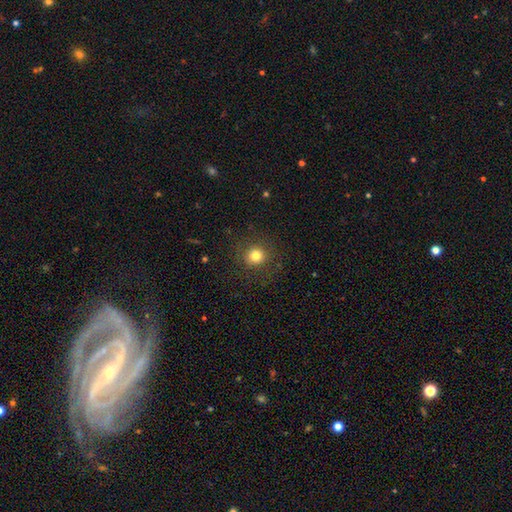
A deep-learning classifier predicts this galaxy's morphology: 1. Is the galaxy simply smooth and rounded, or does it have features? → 79% smooth, 14% star or artifact, 8% featured or disk.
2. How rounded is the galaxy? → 91% round, 8% in between, 1% cigar-shaped.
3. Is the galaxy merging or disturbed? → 87% none, 8% minor disturbance, 4% major disturbance, 1% merger.